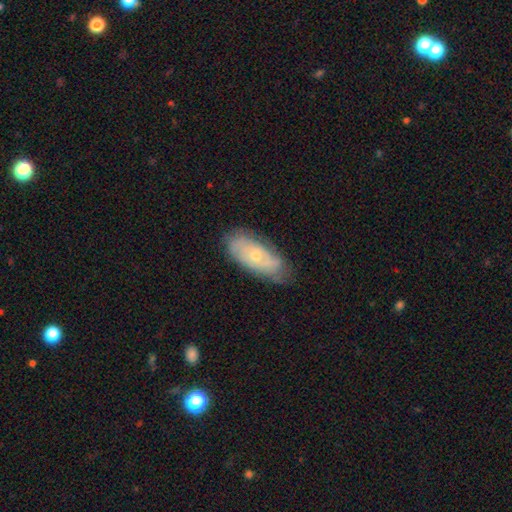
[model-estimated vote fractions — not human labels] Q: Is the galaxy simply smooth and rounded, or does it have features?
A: featured or disk — 63%.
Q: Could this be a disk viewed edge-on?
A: no — 89%.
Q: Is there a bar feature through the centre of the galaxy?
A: no — 82%.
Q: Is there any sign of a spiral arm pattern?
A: yes — 73%.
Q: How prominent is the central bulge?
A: small — 57%.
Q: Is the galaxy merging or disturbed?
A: none — 70%.